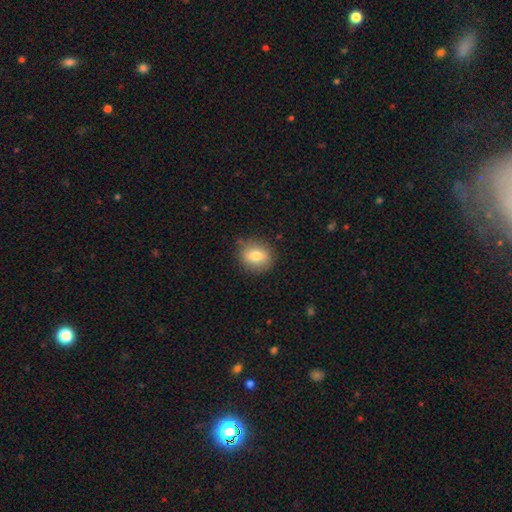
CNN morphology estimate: Smooth or featured?
  - smooth: 78% *
  - featured or disk: 13%
  - star or artifact: 9%
How rounded?
  - round: 64% *
  - in between: 35%
  - cigar-shaped: 1%
Merging?
  - none: 84% *
  - minor disturbance: 11%
  - major disturbance: 3%
  - merger: 1%